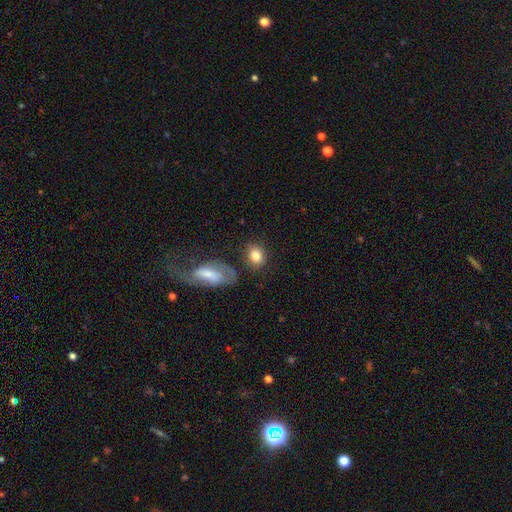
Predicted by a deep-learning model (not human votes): Smooth or featured? smooth (83%)
How rounded? in between (54%)
Merging? none (72%)